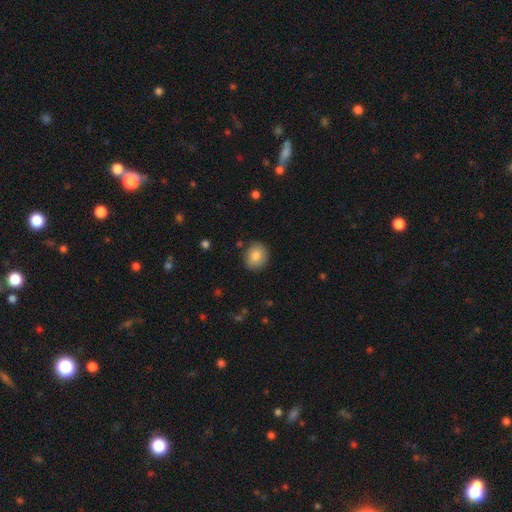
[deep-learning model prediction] Morphology: type=smooth (83%); roundness=round (65%); merging=none (85%).